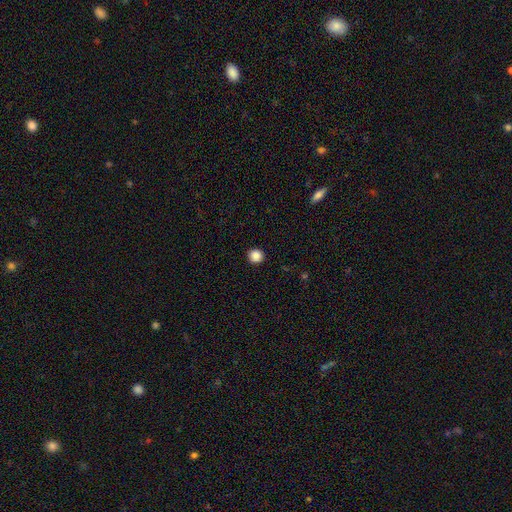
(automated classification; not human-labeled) Smooth or featured?
  - smooth: 87% *
  - star or artifact: 10%
  - featured or disk: 3%
How rounded?
  - round: 93% *
  - in between: 6%
  - cigar-shaped: 1%
Merging?
  - none: 91% *
  - minor disturbance: 6%
  - major disturbance: 2%
  - merger: 1%